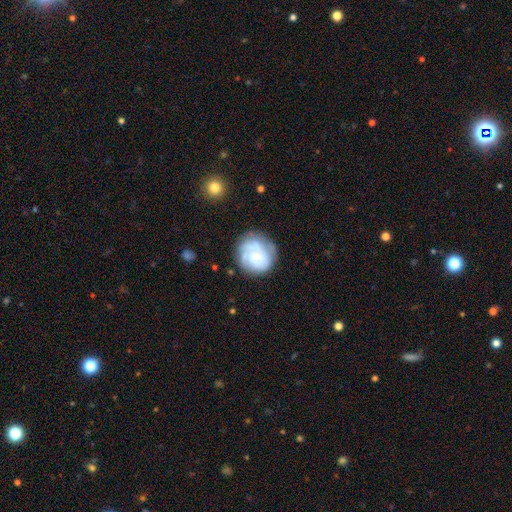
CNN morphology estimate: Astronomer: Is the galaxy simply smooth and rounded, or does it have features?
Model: featured or disk — 57% (runner-up: smooth, 36%).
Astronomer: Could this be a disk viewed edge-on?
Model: no — 98%.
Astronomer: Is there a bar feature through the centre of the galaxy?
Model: no — 77%.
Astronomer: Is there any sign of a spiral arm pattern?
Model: yes — 74%.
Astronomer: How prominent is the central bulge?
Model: small — 40% (runner-up: none, 39%).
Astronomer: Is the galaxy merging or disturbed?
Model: none — 63%.